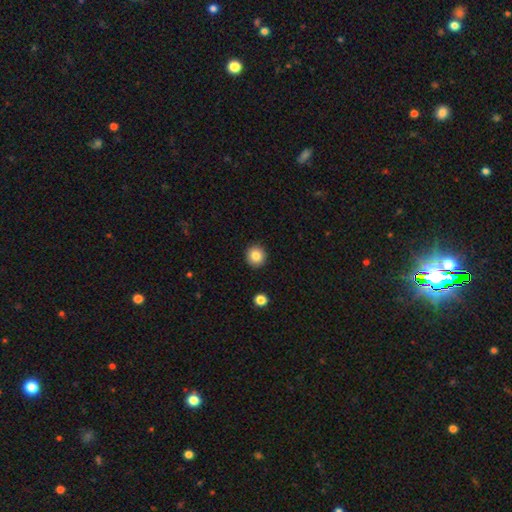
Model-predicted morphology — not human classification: This is clearly a smooth galaxy (84%). How rounded: clearly round (93%). Merging: clearly none (93%).